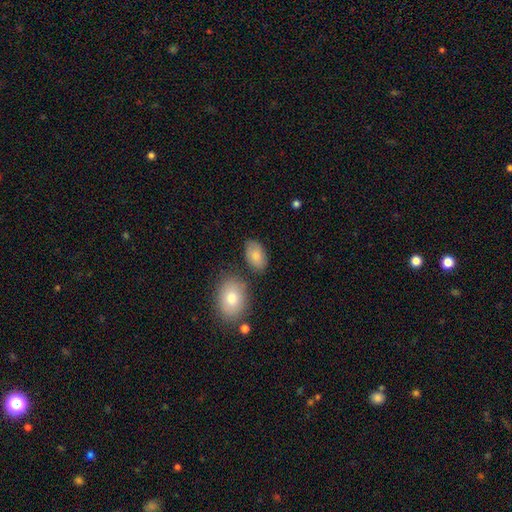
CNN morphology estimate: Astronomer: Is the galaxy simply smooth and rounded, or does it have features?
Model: smooth — 81%.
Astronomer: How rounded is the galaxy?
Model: in between — 91%.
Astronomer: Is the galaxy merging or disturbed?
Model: none — 72%.